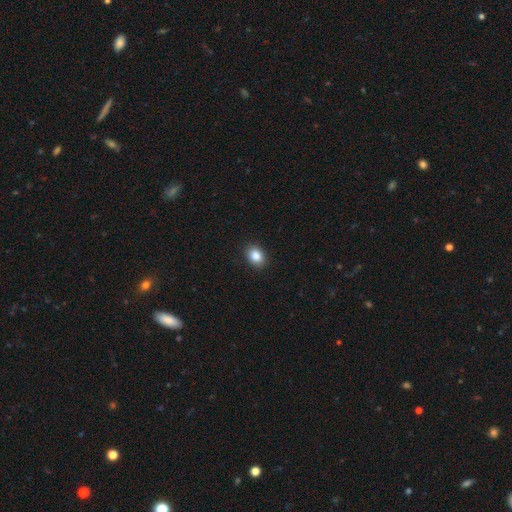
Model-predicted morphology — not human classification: Q: Smooth or featured?
A: smooth (87%); runner-up: star or artifact (9%)
Q: How rounded?
A: in between (63%); runner-up: round (36%)
Q: Merging?
A: none (90%); runner-up: minor disturbance (7%)